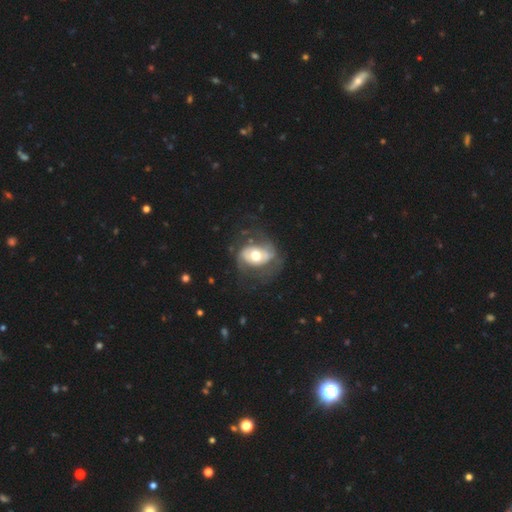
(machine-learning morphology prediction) smooth_or_featured: featured or disk (p=0.67) [alt: smooth p=0.27]
disk_edge_on: no (p=0.96) [alt: yes p=0.04]
bar: no (p=0.60) [alt: weak p=0.27]
has_spiral_arms: yes (p=0.66) [alt: no p=0.34]
bulge_size: moderate (p=0.64) [alt: large p=0.25]
merging: none (p=0.53) [alt: major disturbance p=0.23]